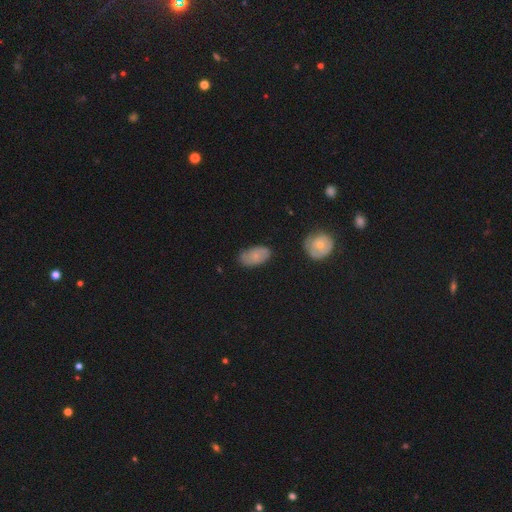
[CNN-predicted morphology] Smooth or featured? smooth (64%)
How rounded? in between (92%)
Merging? none (67%)